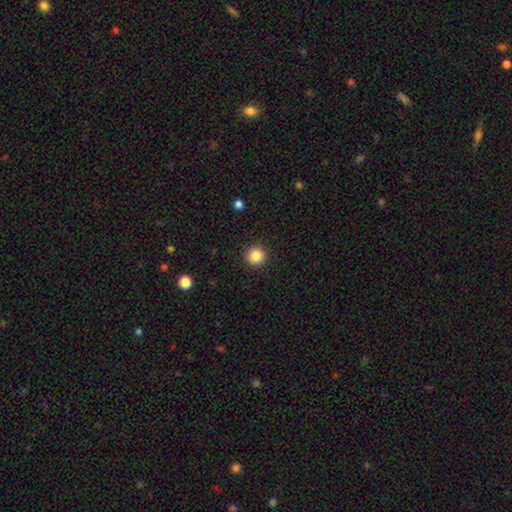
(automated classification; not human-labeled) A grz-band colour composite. It shows a smooth galaxy with no disk features (86%) that is round (95%). Merging: none (92%).